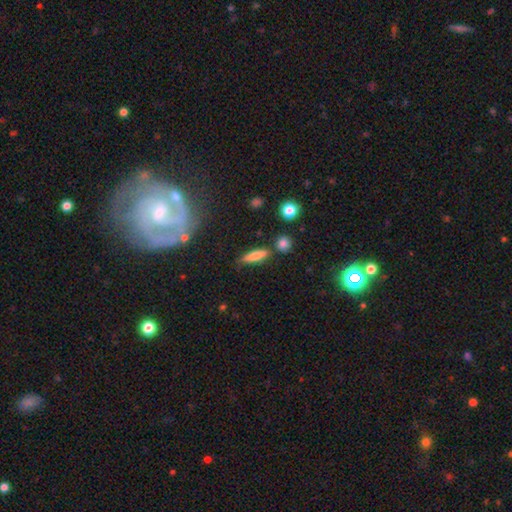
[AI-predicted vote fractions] The model was most divided on "how rounded": cigar-shaped: 67%, in between: 29%, round: 4%. More confident: merging — none (75%); smooth or featured — smooth (74%).